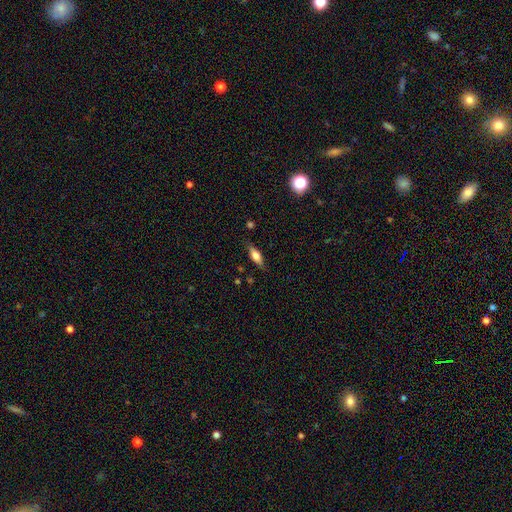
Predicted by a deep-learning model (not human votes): smooth-or-featured: smooth: 64% | featured or disk: 29% | star or artifact: 7%
  how-rounded: in between: 62% | cigar-shaped: 35% | round: 3%
  merging: none: 80% | minor disturbance: 15% | major disturbance: 3% | merger: 1%